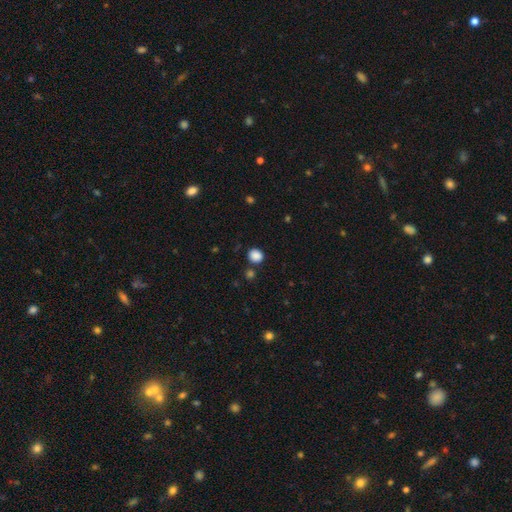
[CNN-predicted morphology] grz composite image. It shows a smooth galaxy with no disk features (87%) that is round (78%). Merging: none (82%).